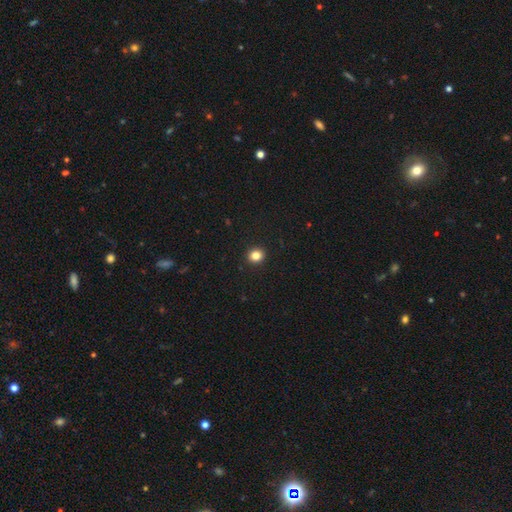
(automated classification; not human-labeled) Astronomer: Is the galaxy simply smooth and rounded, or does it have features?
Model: smooth — 84%.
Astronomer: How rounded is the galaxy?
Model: round — 83%.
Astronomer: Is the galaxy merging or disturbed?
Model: none — 93%.